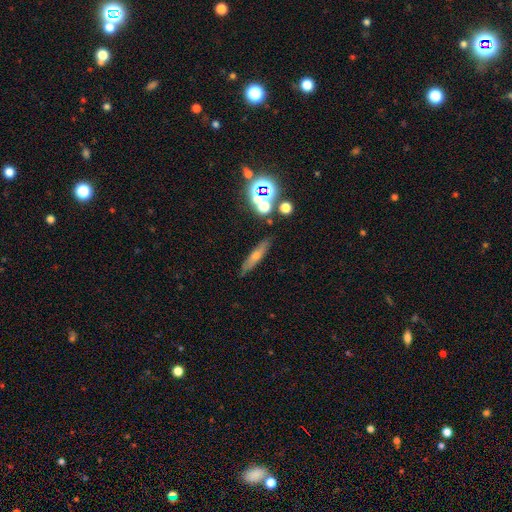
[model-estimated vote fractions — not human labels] A smooth galaxy with no disk features (45%). Merging: none (84%).